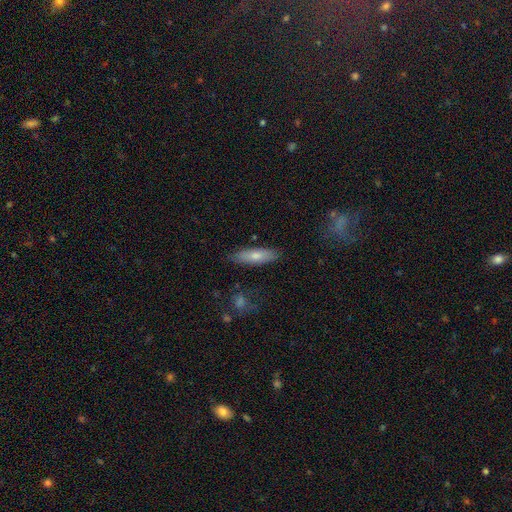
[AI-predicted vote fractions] smooth 71%, featured or disk 22%, star or artifact 6%. Down the decision tree: how rounded — cigar-shaped (53%); merging — none (83%).